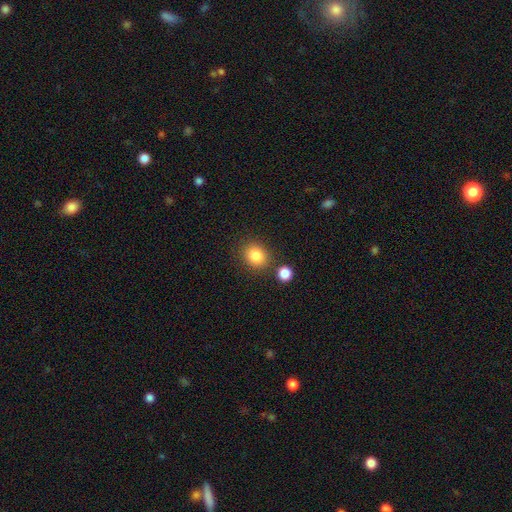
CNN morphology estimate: Smooth or featured: smooth — 85% (star or artifact — 10%)
How rounded: round — 67% (in between — 32%)
Merging: none — 77% (minor disturbance — 10%)